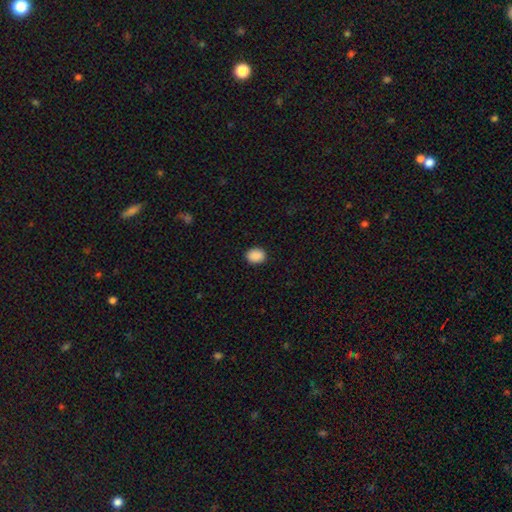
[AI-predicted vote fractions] smooth 90%, star or artifact 8%, featured or disk 2%. Down the decision tree: how rounded — in between (61%); merging — none (90%).